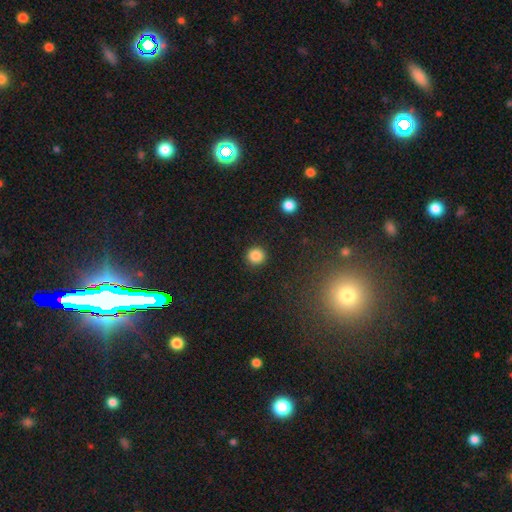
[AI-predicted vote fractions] This is clearly a smooth galaxy (86%). How rounded: clearly round (94%). Merging: clearly none (91%).